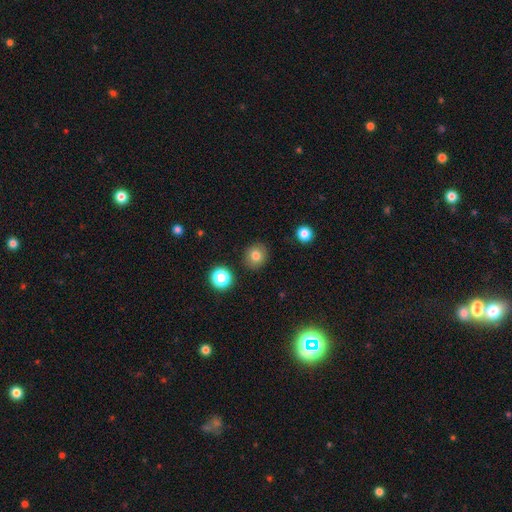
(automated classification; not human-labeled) Smooth or featured: smooth — 80% (star or artifact — 12%)
How rounded: round — 84% (in between — 15%)
Merging: none — 88% (minor disturbance — 7%)